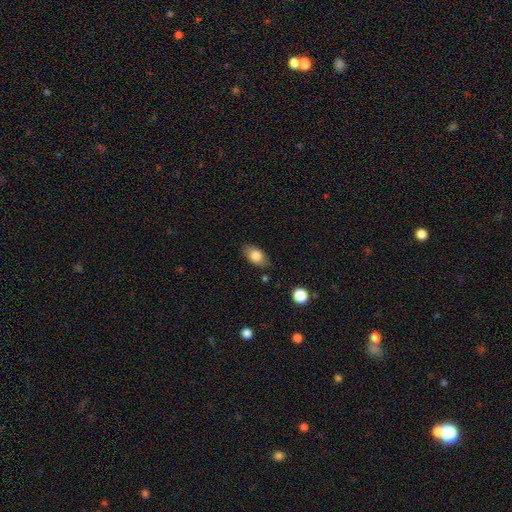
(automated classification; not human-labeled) smooth 80%, featured or disk 12%, star or artifact 7%. Down the decision tree: how rounded — in between (90%); merging — none (80%).